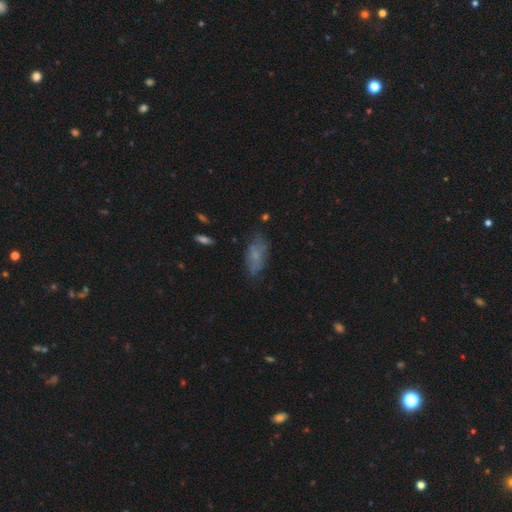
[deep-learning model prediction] Overall: smooth (57%; featured or disk 32%). How rounded: in between (80%). Merging: none (62%; minor disturbance 26%).